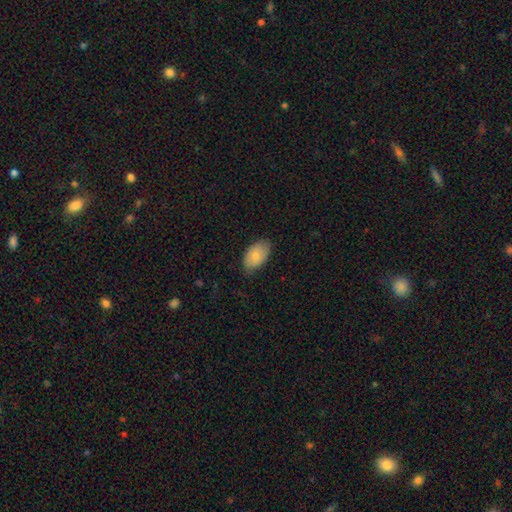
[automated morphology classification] This appears to be a smooth galaxy with no disk features (76%) that is in between round and cigar-shaped (93%). Merging: none (78%).